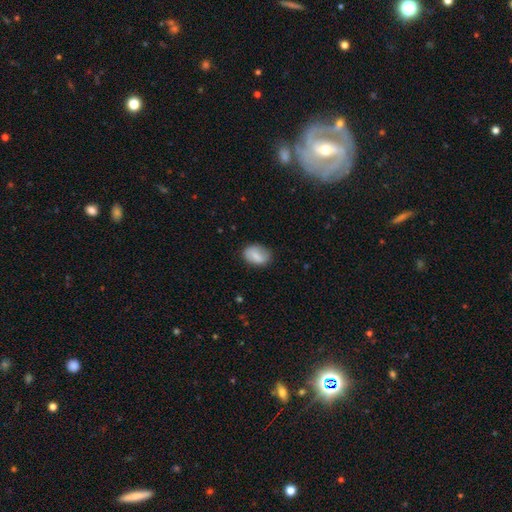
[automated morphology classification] Smooth or featured? Predicted: smooth (p=0.75). How rounded? Predicted: in between (p=0.80). Merging? Predicted: none (p=0.74).